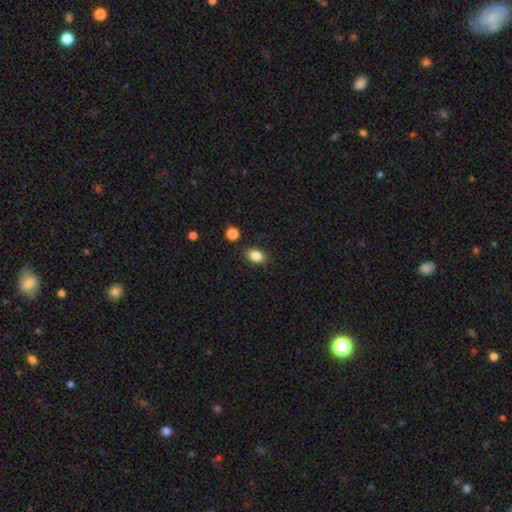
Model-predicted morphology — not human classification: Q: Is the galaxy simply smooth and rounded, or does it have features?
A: smooth — 85%.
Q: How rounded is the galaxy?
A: in between — 76%.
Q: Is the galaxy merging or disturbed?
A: none — 85%.